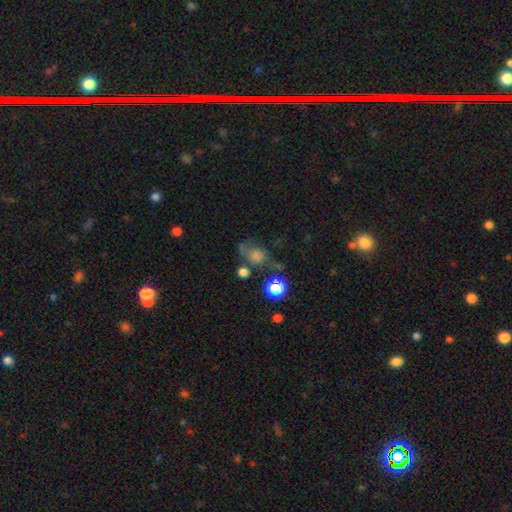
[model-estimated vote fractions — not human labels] smooth-or-featured: smooth: 68% | star or artifact: 18% | featured or disk: 14%
  how-rounded: round: 67% | in between: 31% | cigar-shaped: 1%
  merging: none: 46% | minor disturbance: 21% | major disturbance: 18% | merger: 15%